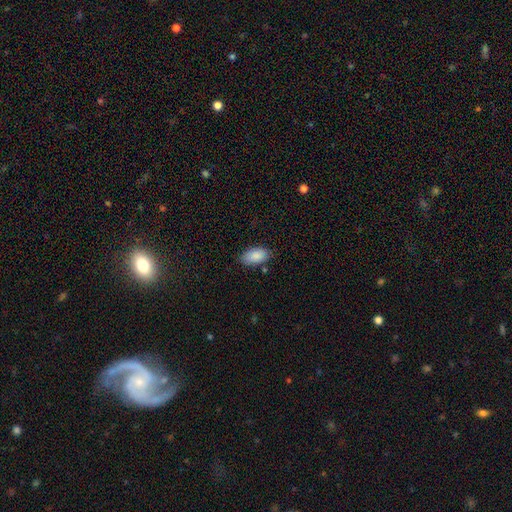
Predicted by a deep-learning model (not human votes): smooth_or_featured: smooth (p=0.88) [alt: star or artifact p=0.07]
how_rounded: in between (p=0.94) [alt: round p=0.03]
merging: none (p=0.80) [alt: minor disturbance p=0.14]